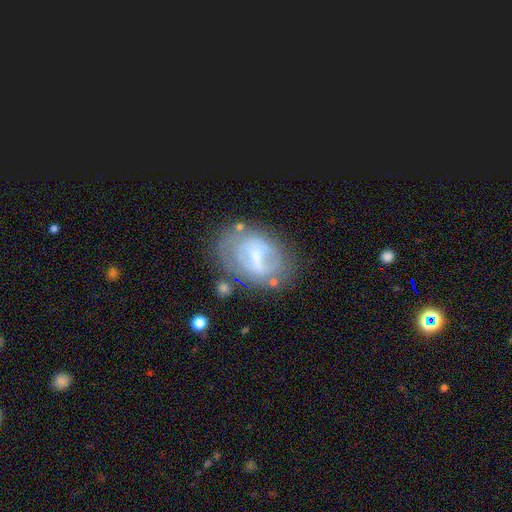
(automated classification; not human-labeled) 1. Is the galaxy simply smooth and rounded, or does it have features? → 66% featured or disk, 25% smooth, 9% star or artifact.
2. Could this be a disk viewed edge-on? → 96% no, 4% yes.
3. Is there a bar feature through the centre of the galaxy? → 47% weak, 34% strong, 20% no.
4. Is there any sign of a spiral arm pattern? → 61% yes, 39% no.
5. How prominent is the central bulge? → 37% small, 30% moderate, 27% none, 6% large, 1% dominant.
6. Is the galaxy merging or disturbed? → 59% none, 22% minor disturbance, 14% major disturbance, 5% merger.